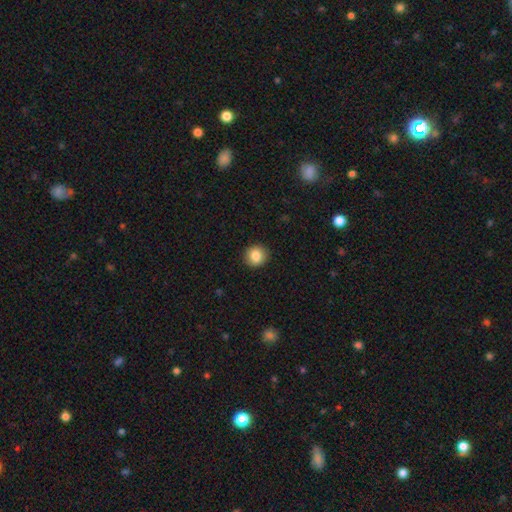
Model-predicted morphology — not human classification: The model was most divided on "smooth or featured": smooth: 84%, star or artifact: 9%, featured or disk: 7%. More confident: merging — none (92%); how rounded — round (89%).